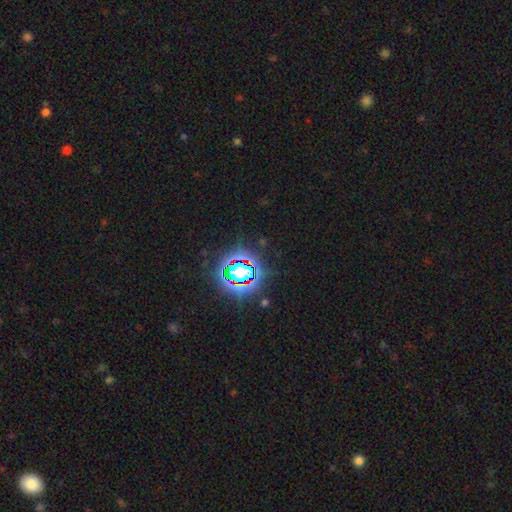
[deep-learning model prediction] smooth_or_featured: star or artifact (p=0.81) [alt: smooth p=0.12]